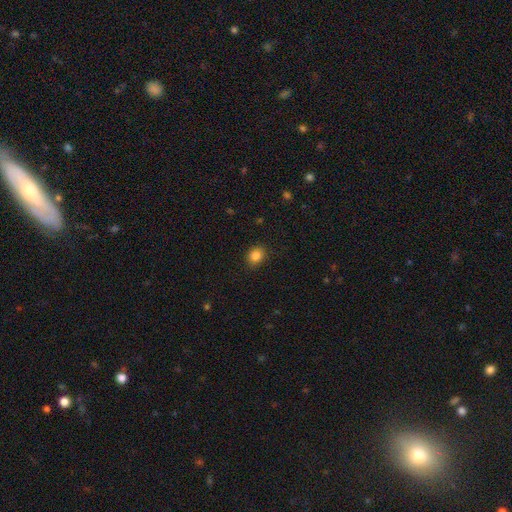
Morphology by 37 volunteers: A smooth galaxy with no disk features (92%) that is round (56%). Merging: none (81%).